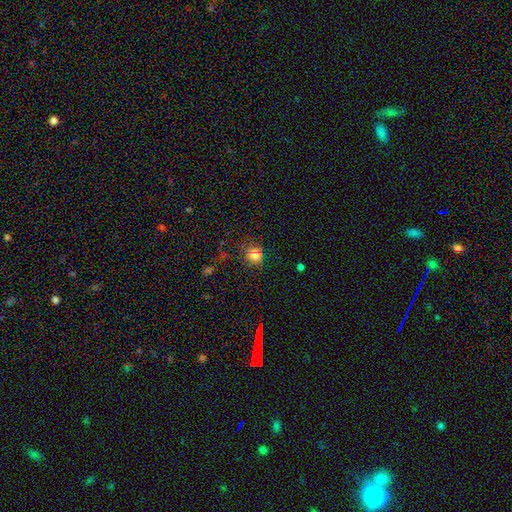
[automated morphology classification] Smooth or featured: smooth — 77% (star or artifact — 16%)
How rounded: round — 77% (in between — 22%)
Merging: none — 76% (minor disturbance — 16%)